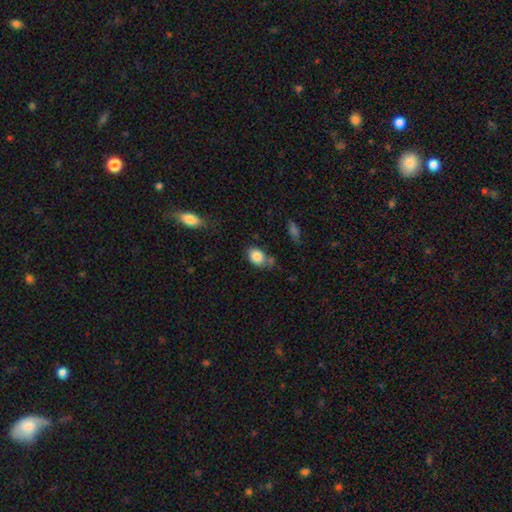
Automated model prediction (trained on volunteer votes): Smooth or featured? Predicted: smooth (p=0.85). How rounded? Predicted: in between (p=0.71). Merging? Predicted: none (p=0.59).